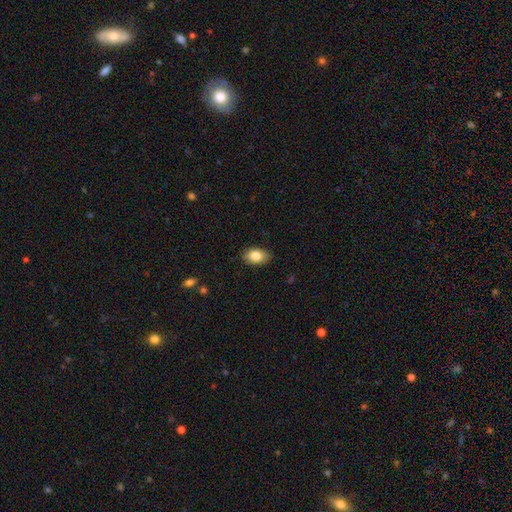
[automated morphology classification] This appears to be a smooth galaxy with no disk features (83%) that is in between round and cigar-shaped (87%). Merging: none (87%).